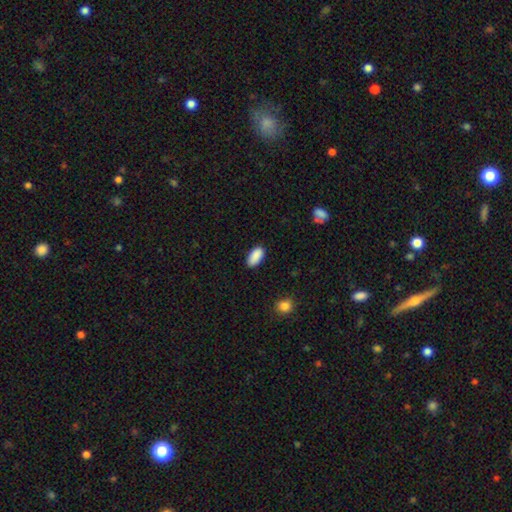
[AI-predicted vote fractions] A smooth galaxy with no disk features (90%) that is in between round and cigar-shaped (93%). Merging: none (86%).